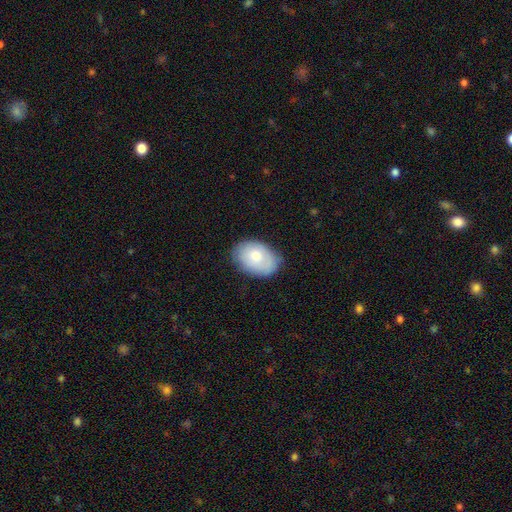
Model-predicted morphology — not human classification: Smooth or featured?
  - smooth: 75% *
  - featured or disk: 18%
  - star or artifact: 6%
How rounded?
  - in between: 86% *
  - round: 13%
  - cigar-shaped: 1%
Merging?
  - none: 72% *
  - minor disturbance: 22%
  - major disturbance: 4%
  - merger: 1%